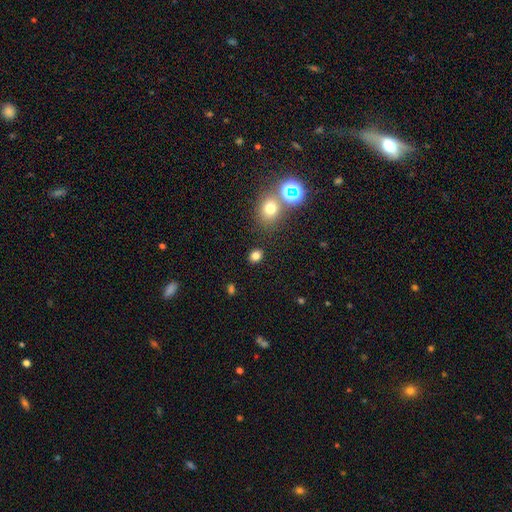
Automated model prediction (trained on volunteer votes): The model was most divided on "how rounded": round: 51%, in between: 47%, cigar-shaped: 1%. More confident: merging — none (84%); smooth or featured — smooth (78%).